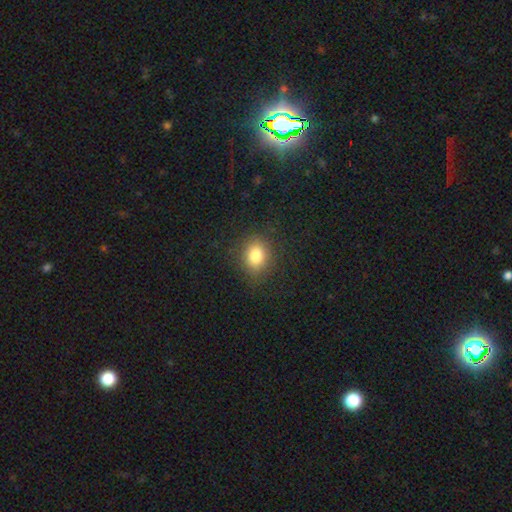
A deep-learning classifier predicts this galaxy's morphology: Smooth or featured?
  - smooth: 81% *
  - star or artifact: 11%
  - featured or disk: 8%
How rounded?
  - round: 52% *
  - in between: 47%
  - cigar-shaped: 1%
Merging?
  - none: 85% *
  - minor disturbance: 10%
  - major disturbance: 4%
  - merger: 1%